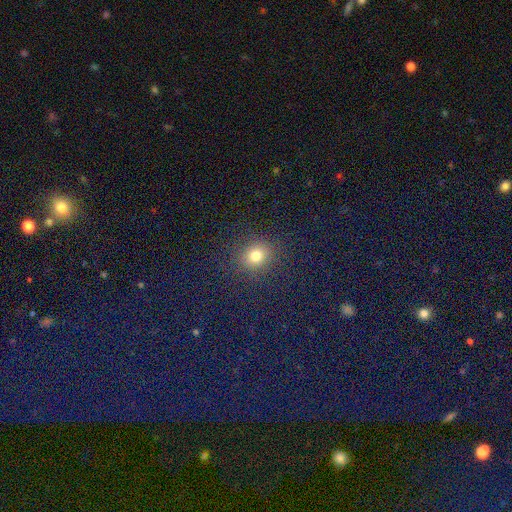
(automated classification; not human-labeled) Overall: smooth (75%). How rounded: round (78%). Merging: none (87%).